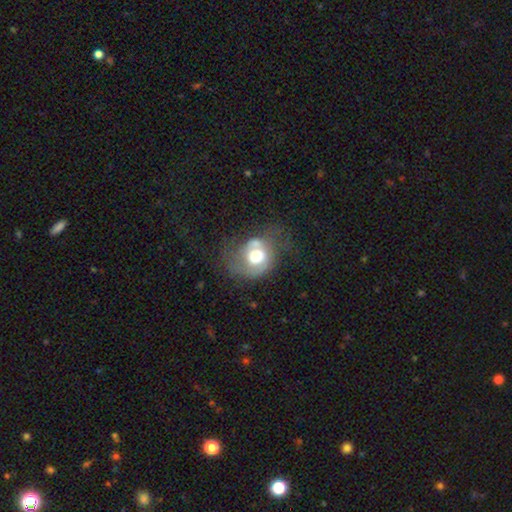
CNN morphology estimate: A featured or disk galaxy (50%).

Vote fractions:
- Smooth or featured? featured or disk: 50% / smooth: 42% / star or artifact: 9%
- Merging? major disturbance: 34% / none: 31% / minor disturbance: 25% / merger: 10%